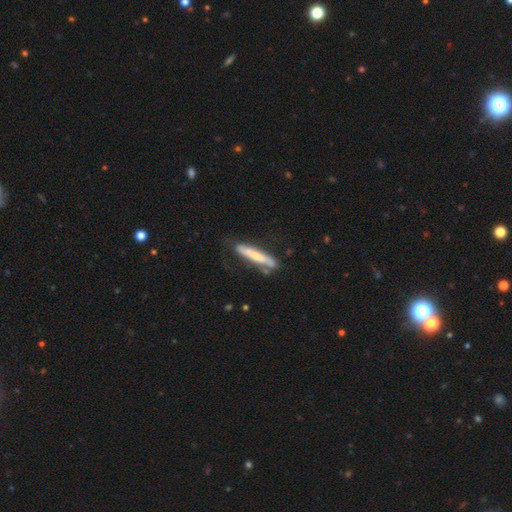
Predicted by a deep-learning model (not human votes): smooth_or_featured: featured or disk (p=0.49) [alt: smooth p=0.46]
merging: none (p=0.61) [alt: minor disturbance p=0.24]